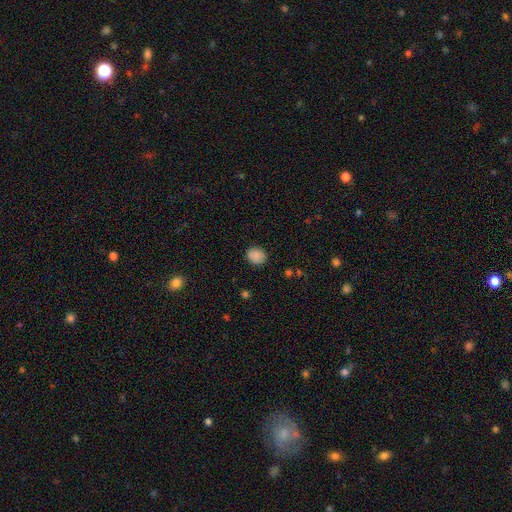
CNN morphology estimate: smooth 87%, star or artifact 9%, featured or disk 4%. Down the decision tree: how rounded — round (65%); merging — none (86%).